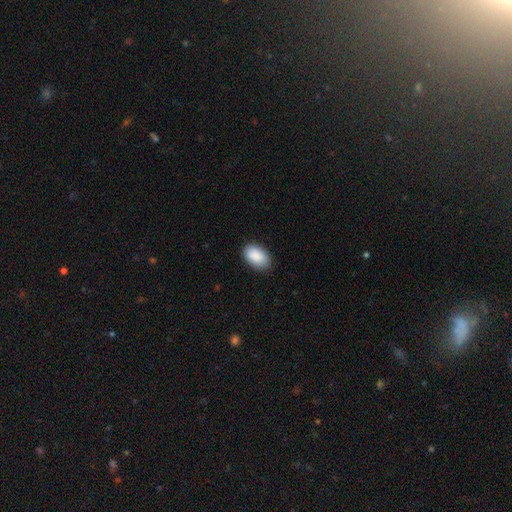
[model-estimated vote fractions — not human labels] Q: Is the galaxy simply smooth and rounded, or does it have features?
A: smooth — 91%.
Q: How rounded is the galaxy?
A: in between — 93%.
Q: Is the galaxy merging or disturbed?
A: none — 86%.